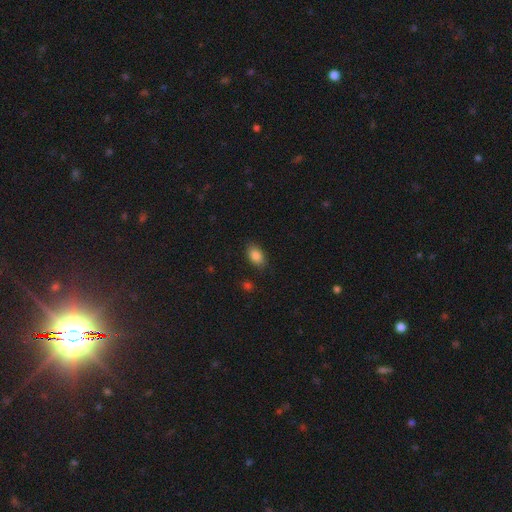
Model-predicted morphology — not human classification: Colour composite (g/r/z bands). It shows a smooth galaxy with no disk features (86%) that is in between round and cigar-shaped (89%). Merging: none (85%).